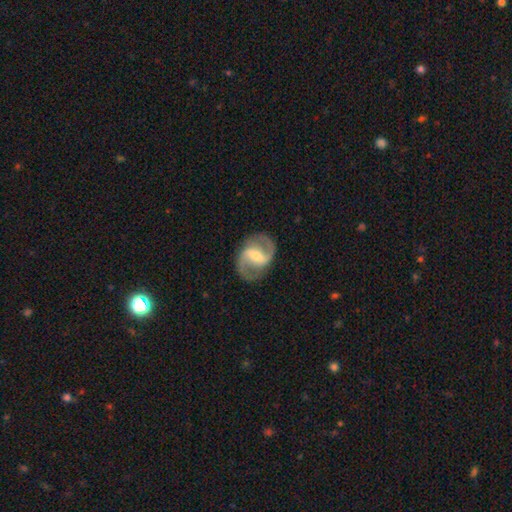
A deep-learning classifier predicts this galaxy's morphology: Smooth or featured? featured or disk (89%)
Edge-on disk? no (98%)
Bar? strong (49%)
Spiral arms? yes (96%)
Spiral winding? medium (55%)
Spiral arm count? 2 (93%)
Bulge size? moderate (46%)
Merging? none (84%)